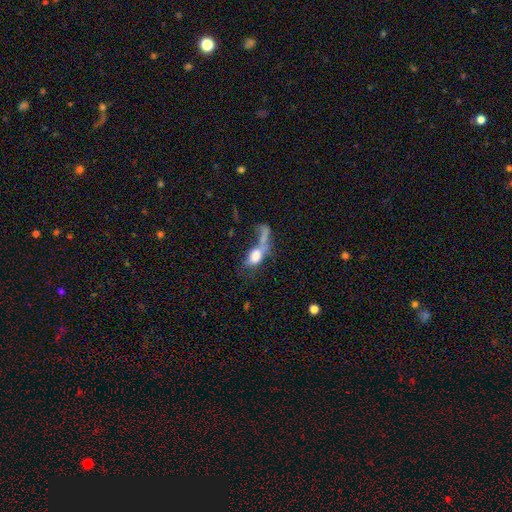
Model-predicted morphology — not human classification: Smooth or featured? Predicted: smooth (p=0.63). How rounded? Predicted: in between (p=0.74). Merging? Predicted: merger (p=0.47).